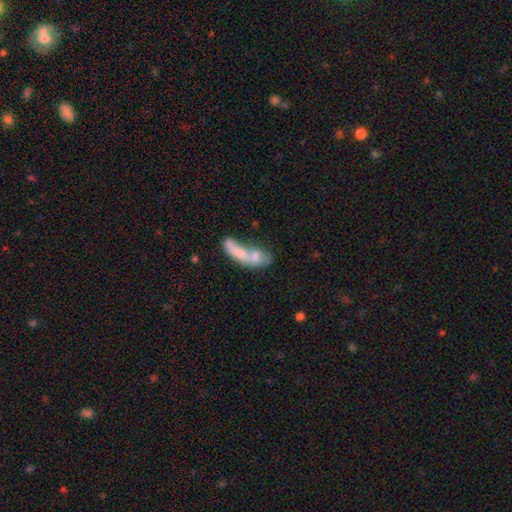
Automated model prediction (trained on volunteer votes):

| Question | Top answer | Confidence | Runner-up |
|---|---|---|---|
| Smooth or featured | smooth | 63% | featured or disk (28%) |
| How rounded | in between | 54% | cigar-shaped (39%) |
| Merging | merger | 58% | none (18%) |